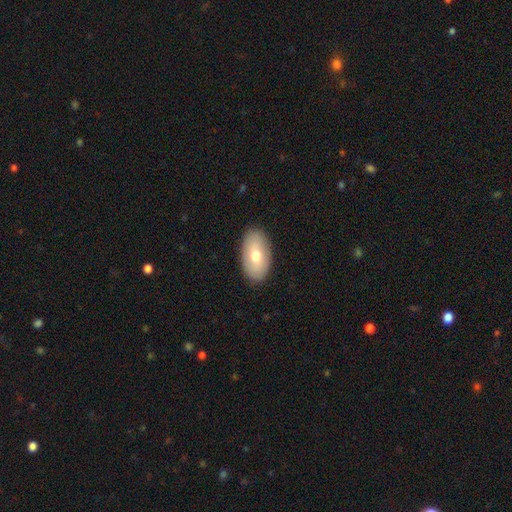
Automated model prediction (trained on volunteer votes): Smooth or featured? smooth (69%)
How rounded? in between (93%)
Merging? none (88%)